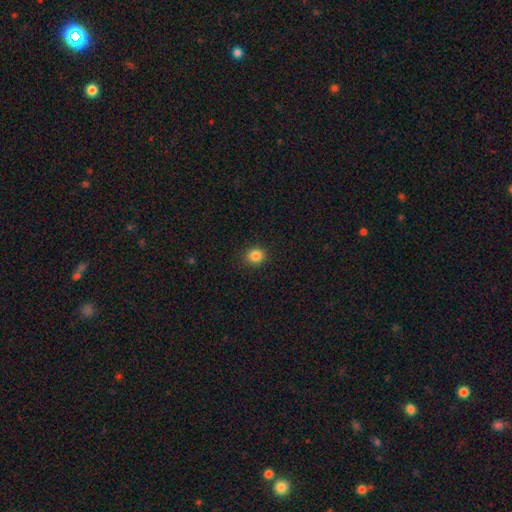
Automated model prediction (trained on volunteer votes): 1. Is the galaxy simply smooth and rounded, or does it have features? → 85% smooth, 11% star or artifact, 4% featured or disk.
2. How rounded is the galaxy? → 81% round, 18% in between, 1% cigar-shaped.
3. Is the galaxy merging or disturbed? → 90% none, 7% minor disturbance, 2% major disturbance, 1% merger.